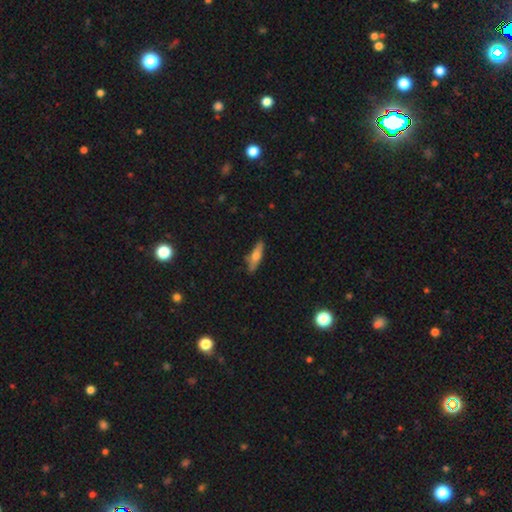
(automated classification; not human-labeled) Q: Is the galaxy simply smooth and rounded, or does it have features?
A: smooth — 54%.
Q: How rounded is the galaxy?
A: cigar-shaped — 68%.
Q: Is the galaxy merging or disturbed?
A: none — 81%.